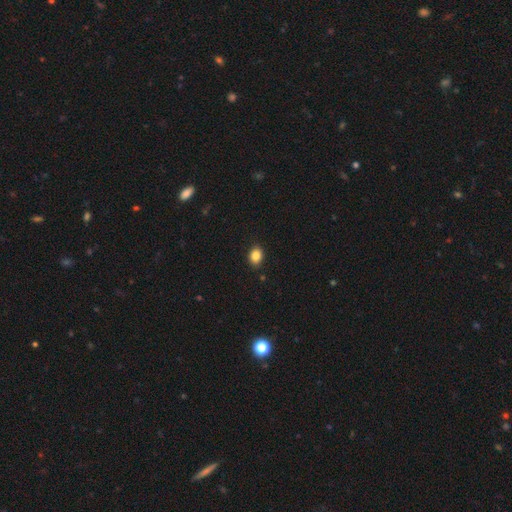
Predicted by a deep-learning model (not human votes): Smooth or featured: smooth — 85% (star or artifact — 10%)
How rounded: in between — 60% (round — 38%)
Merging: none — 87% (minor disturbance — 10%)